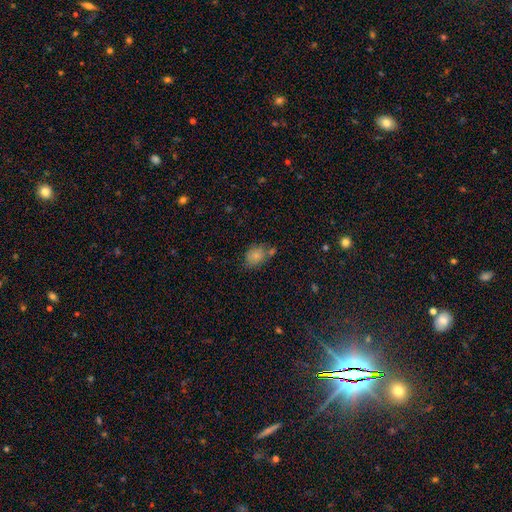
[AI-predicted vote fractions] A smooth galaxy with no disk features (79%) that is in between round and cigar-shaped (66%). Merging: none (49%).